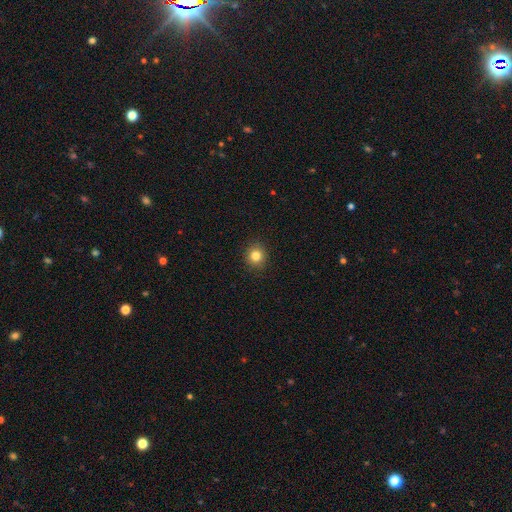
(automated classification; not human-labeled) smooth 82%, star or artifact 12%, featured or disk 6%. Down the decision tree: how rounded — round (90%); merging — none (92%).